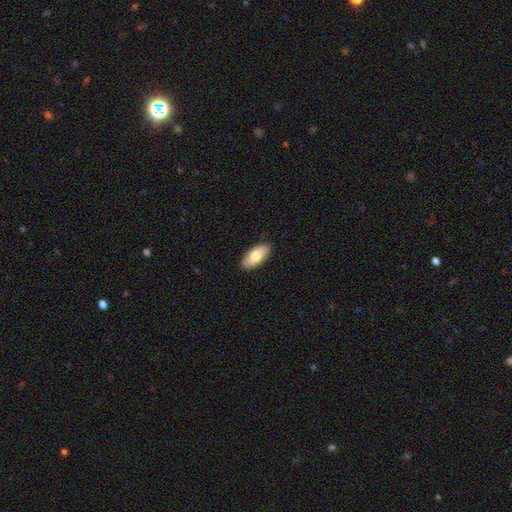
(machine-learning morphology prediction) The model was most divided on "smooth or featured": smooth: 81%, featured or disk: 13%, star or artifact: 6%. More confident: how rounded — in between (91%); merging — none (89%).